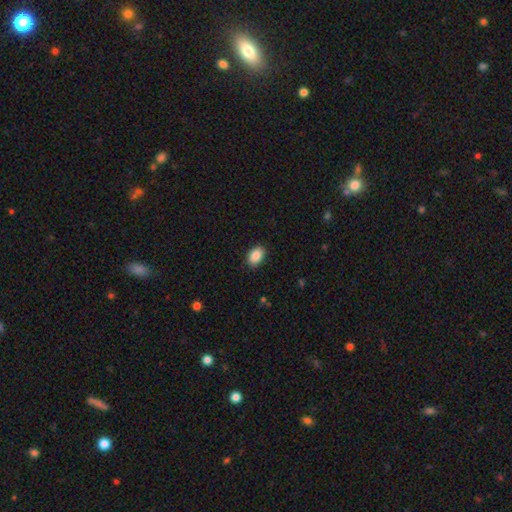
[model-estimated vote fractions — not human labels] smooth_or_featured: smooth (p=0.88) [alt: star or artifact p=0.07]
how_rounded: in between (p=0.86) [alt: round p=0.13]
merging: none (p=0.88) [alt: minor disturbance p=0.09]